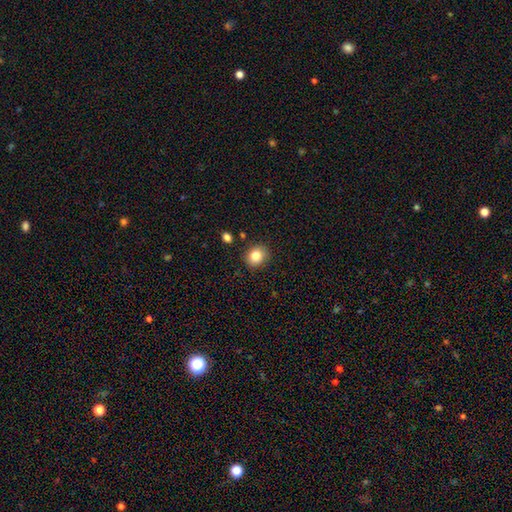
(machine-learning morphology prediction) Smooth or featured? smooth (82%)
How rounded? round (67%)
Merging? none (87%)